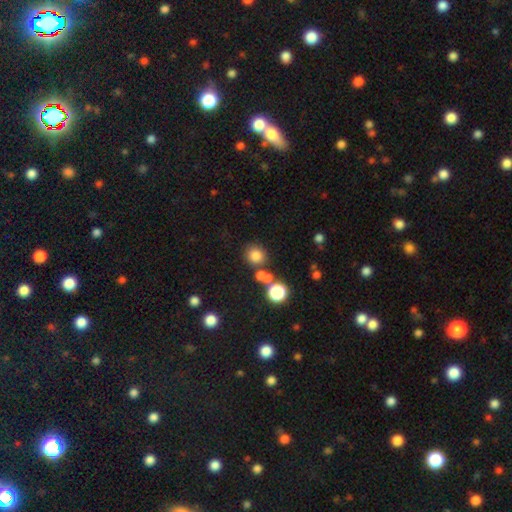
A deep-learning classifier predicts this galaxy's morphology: The model was most divided on "merging": none: 71%, merger: 16%, minor disturbance: 10%, major disturbance: 4%. More confident: how rounded — round (87%); smooth or featured — smooth (78%).